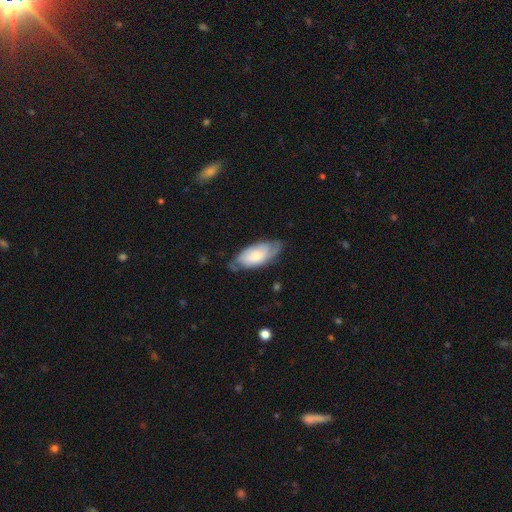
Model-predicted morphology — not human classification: Smooth or featured?
  - smooth: 50% *
  - featured or disk: 44%
  - star or artifact: 6%
How rounded?
  - in between: 89% *
  - cigar-shaped: 8%
  - round: 3%
Merging?
  - none: 58% *
  - minor disturbance: 31%
  - major disturbance: 9%
  - merger: 2%